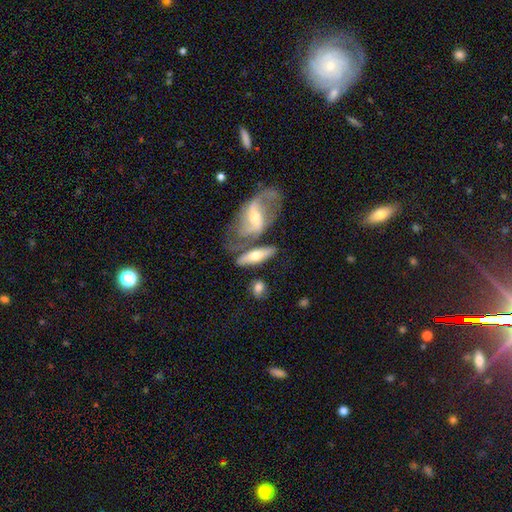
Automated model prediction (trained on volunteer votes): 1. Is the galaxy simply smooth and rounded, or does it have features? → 53% featured or disk, 41% smooth, 6% star or artifact.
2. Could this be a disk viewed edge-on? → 52% yes, 48% no.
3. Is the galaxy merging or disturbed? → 48% none, 28% merger, 16% minor disturbance, 8% major disturbance.